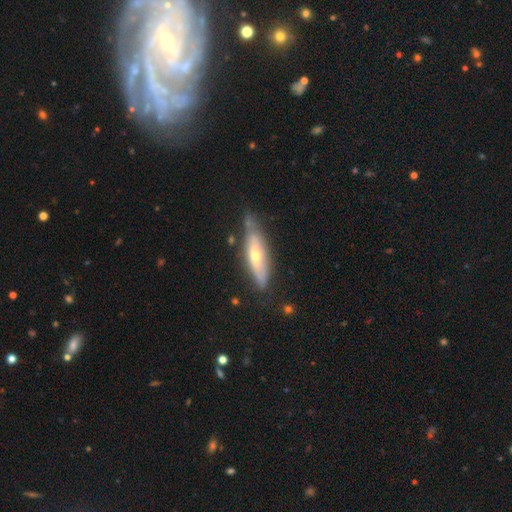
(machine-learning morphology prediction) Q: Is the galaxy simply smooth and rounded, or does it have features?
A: featured or disk — 58%.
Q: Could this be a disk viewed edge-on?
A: yes — 65%.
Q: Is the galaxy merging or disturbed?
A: none — 69%.